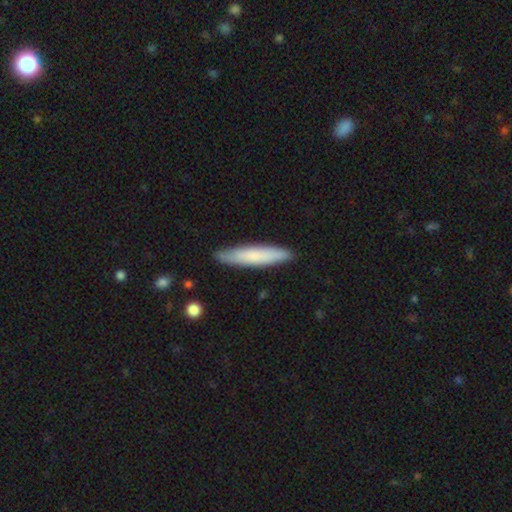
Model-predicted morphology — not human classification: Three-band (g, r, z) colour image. It shows a smooth galaxy with no disk features (72%) that is cigar-shaped (88%). Merging: none (86%).